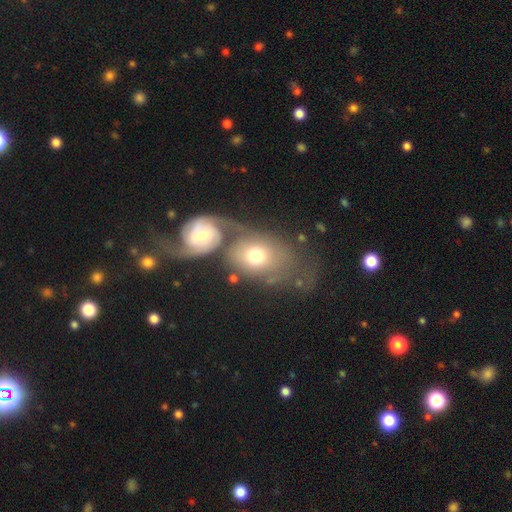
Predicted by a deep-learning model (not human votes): Overall: smooth (53%; featured or disk 39%). How rounded: in between (63%; round 36%). Merging: merger (54%; none 23%).